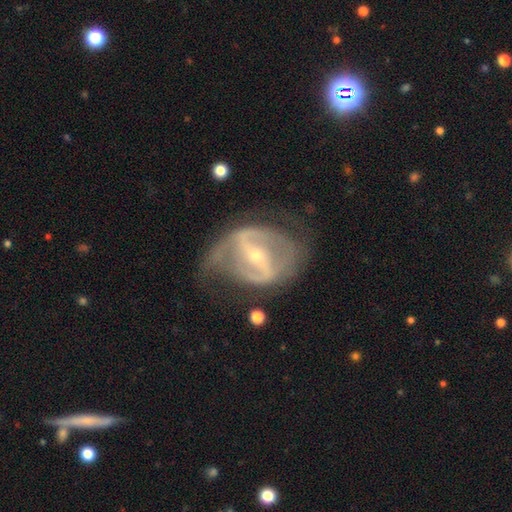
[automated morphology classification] A featured or disk galaxy (84%) with a strong bar (62%), 2 (75%) medium (44%) spiral arms (74%) and a small central bulge (65%).

Vote fractions:
- Smooth or featured? featured or disk: 84% / smooth: 9% / star or artifact: 6%
- Edge-on disk? no: 95% / yes: 5%
- Bar? strong: 62% / weak: 26% / no: 12%
- Spiral arms? yes: 74% / no: 26%
- Spiral winding? medium: 44% / loose: 31% / tight: 25%
- Spiral arm count? 2: 75% / can't tell: 15% / 1: 4% / 3: 3% / 4: 1% / more than 4: 1%
- Bulge size? small: 65% / moderate: 31% / large: 2% / none: 1% / dominant: 1%
- Merging? none: 47% / minor disturbance: 26% / major disturbance: 25% / merger: 3%